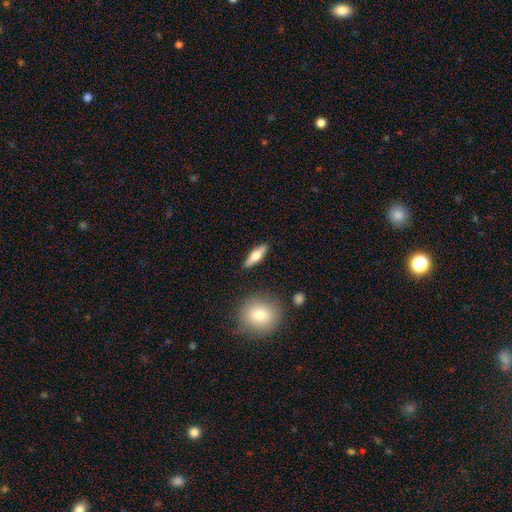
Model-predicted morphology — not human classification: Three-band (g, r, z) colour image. It shows a smooth galaxy with no disk features (57%) that is cigar-shaped (57%). Merging: none (88%).